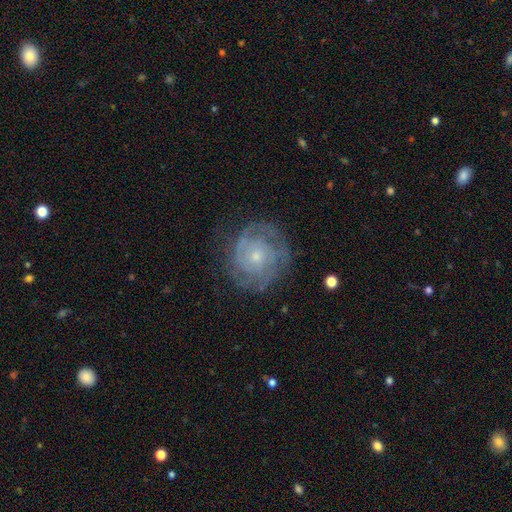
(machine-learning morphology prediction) Smooth or featured? Predicted: featured or disk (p=0.75). Edge-on disk? Predicted: no (p=0.98). Bar? Predicted: no (p=0.82). Spiral arms? Predicted: yes (p=0.86). Spiral winding? Predicted: tight (p=0.70). Spiral arm count? Predicted: can't tell (p=0.46). Bulge size? Predicted: small (p=0.70). Merging? Predicted: none (p=0.72).